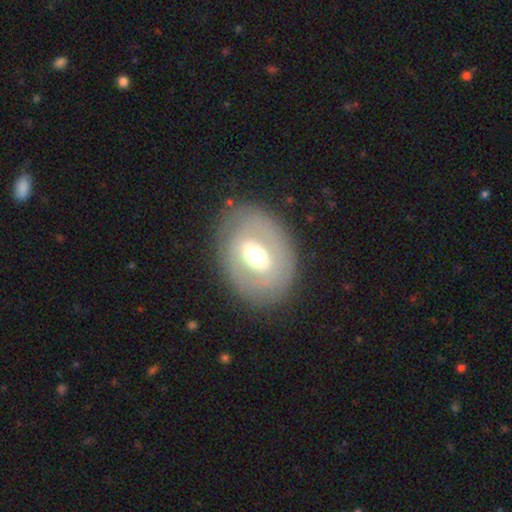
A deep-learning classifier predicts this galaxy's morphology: This is possibly a featured or disk galaxy (59%). It is clearly not viewed edge-on (90%). Bar: marginally strong (39%). Spiral arm pattern: likely no (79%). Central bulge: likely moderate (61%). Merging: likely none (79%).